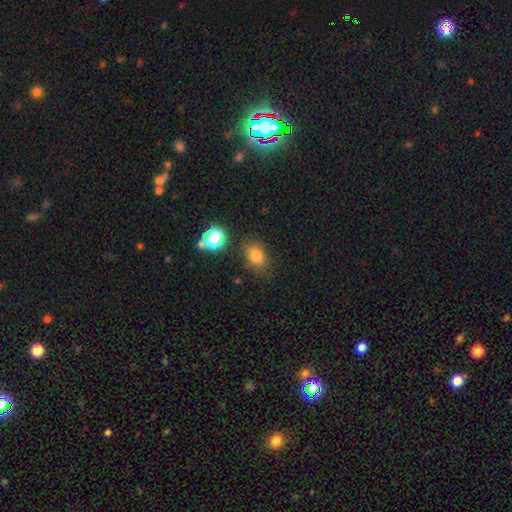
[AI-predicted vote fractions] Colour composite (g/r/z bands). It shows a smooth galaxy with no disk features (80%) that is in between round and cigar-shaped (63%). Merging: none (74%).